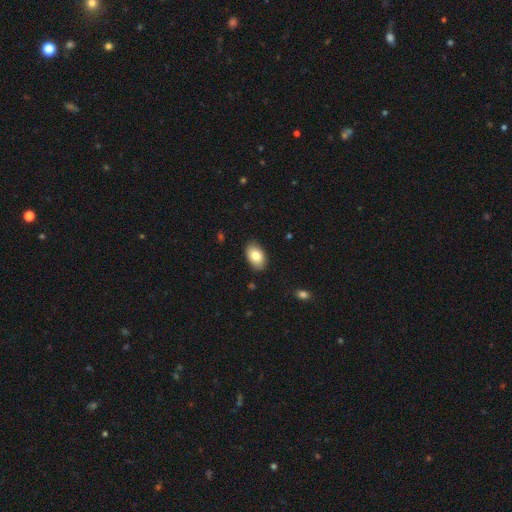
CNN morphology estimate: Q: Smooth or featured?
A: smooth (81%); runner-up: featured or disk (11%)
Q: How rounded?
A: in between (90%); runner-up: round (8%)
Q: Merging?
A: none (87%); runner-up: minor disturbance (10%)